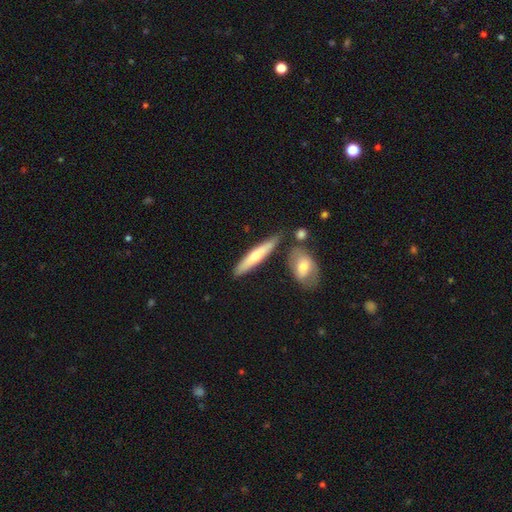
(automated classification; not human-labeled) Q: Smooth or featured?
A: smooth (57%); runner-up: featured or disk (38%)
Q: How rounded?
A: cigar-shaped (87%); runner-up: in between (11%)
Q: Merging?
A: none (77%); runner-up: minor disturbance (12%)